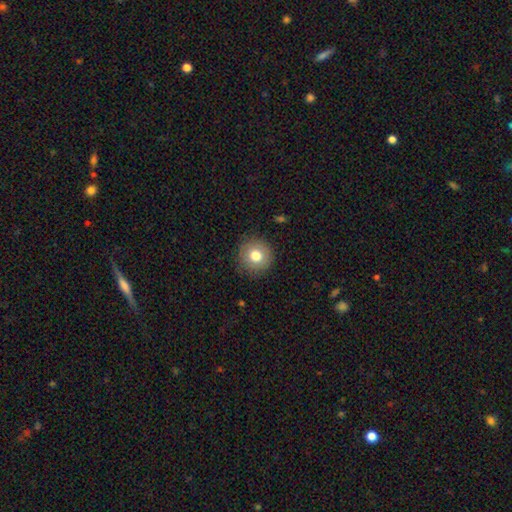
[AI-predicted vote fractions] A smooth galaxy with no disk features (77%) that is round (94%).

Vote fractions:
- Smooth or featured? smooth: 77% / featured or disk: 13% / star or artifact: 10%
- How rounded? round: 94% / in between: 5% / cigar-shaped: 1%
- Merging? none: 88% / minor disturbance: 8% / major disturbance: 3% / merger: 1%